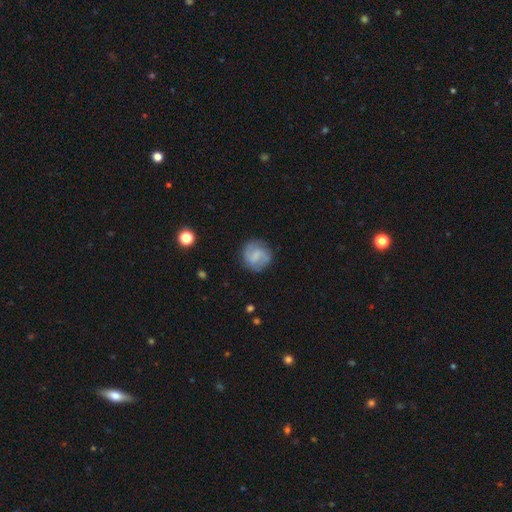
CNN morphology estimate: The model was most divided on "bulge size": none: 51%, small: 28%, moderate: 16%, large: 4%, dominant: 1%. More confident: edge-on disk — no (98%); spiral arms — yes (88%); merging — none (79%); smooth or featured — featured or disk (58%); bar — weak (52%).